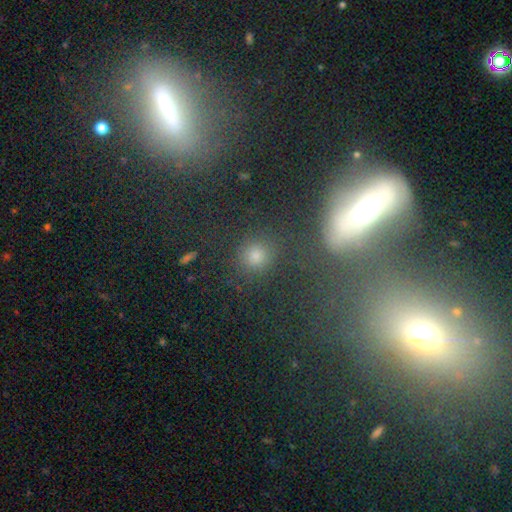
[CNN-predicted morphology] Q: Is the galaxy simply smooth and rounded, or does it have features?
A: smooth — 72%.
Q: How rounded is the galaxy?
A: round — 86%.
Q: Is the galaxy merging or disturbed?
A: none — 83%.